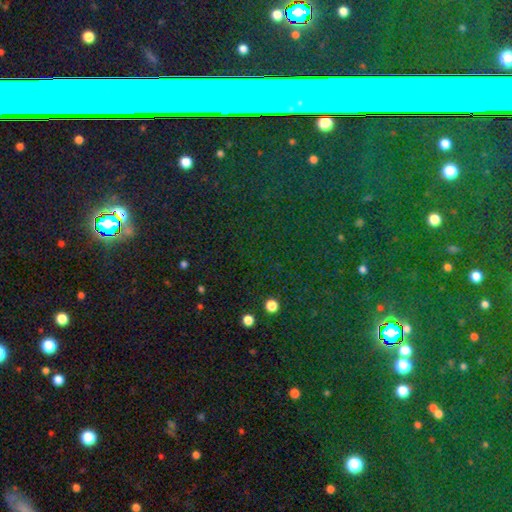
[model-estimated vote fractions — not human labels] Q: Smooth or featured?
A: star or artifact (68%); runner-up: smooth (18%)